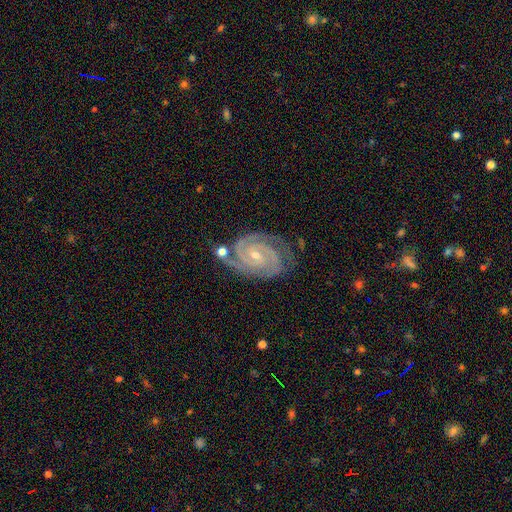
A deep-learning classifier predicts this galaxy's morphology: Smooth or featured?
  - featured or disk: 92% *
  - star or artifact: 5%
  - smooth: 3%
Edge-on disk?
  - no: 98% *
  - yes: 2%
Bar?
  - no: 56% *
  - weak: 31%
  - strong: 13%
Spiral arms?
  - yes: 99% *
  - no: 1%
Spiral winding?
  - tight: 76% *
  - medium: 22%
  - loose: 2%
Spiral arm count?
  - 2: 59% *
  - 3: 25%
  - 4: 5%
  - can't tell: 5%
  - more than 4: 3%
  - 1: 3%
Bulge size?
  - small: 72% *
  - moderate: 25%
  - none: 2%
  - large: 1%
  - dominant: 1%
Merging?
  - none: 74% *
  - minor disturbance: 18%
  - major disturbance: 5%
  - merger: 4%